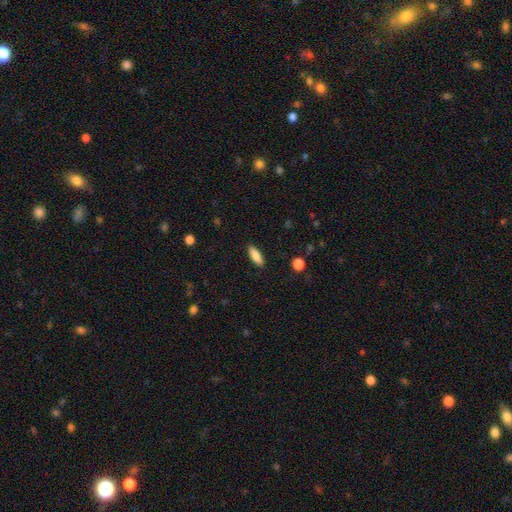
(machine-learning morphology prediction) Smooth or featured? Predicted: smooth (p=0.85). How rounded? Predicted: in between (p=0.60). Merging? Predicted: none (p=0.89).